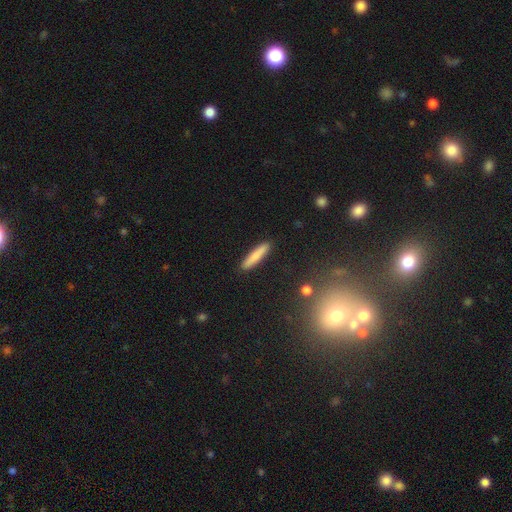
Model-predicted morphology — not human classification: type=smooth (80%); roundness=cigar-shaped (90%); merging=none (91%).